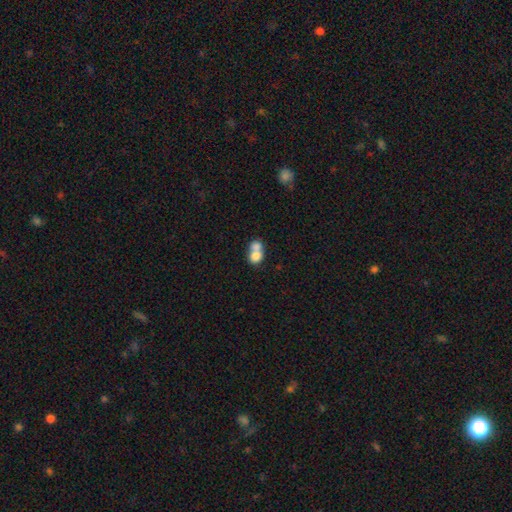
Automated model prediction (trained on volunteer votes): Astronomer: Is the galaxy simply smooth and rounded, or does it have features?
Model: smooth — 74%.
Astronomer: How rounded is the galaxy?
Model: round — 57% (runner-up: in between, 42%).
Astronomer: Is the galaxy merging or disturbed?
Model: merger — 72%.